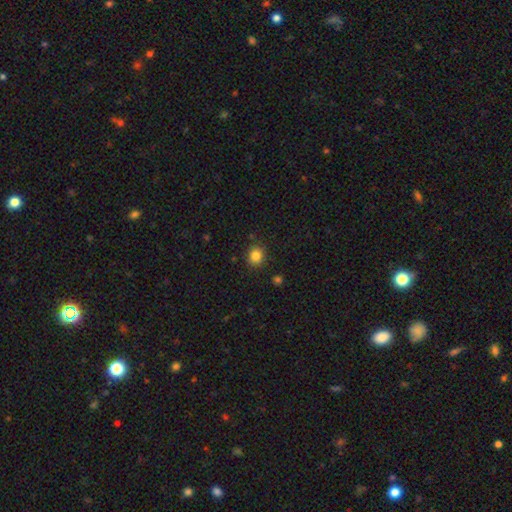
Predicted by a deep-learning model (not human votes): smooth-or-featured: smooth: 84% | star or artifact: 11% | featured or disk: 5%
  how-rounded: round: 82% | in between: 17% | cigar-shaped: 1%
  merging: none: 88% | minor disturbance: 8% | major disturbance: 2% | merger: 2%